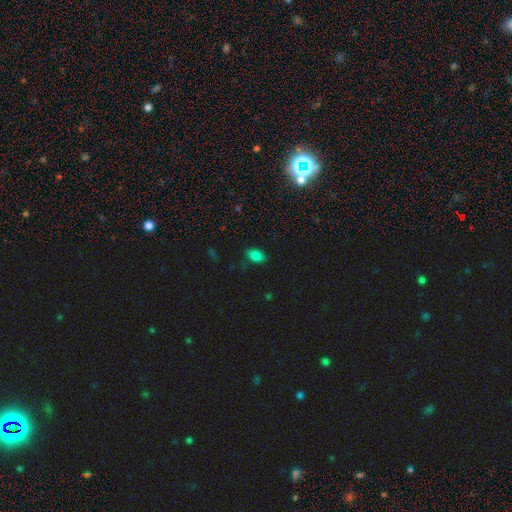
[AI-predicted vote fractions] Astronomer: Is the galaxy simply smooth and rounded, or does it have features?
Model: smooth — 81%.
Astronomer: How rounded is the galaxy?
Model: in between — 85%.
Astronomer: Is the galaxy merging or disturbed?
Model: none — 79%.